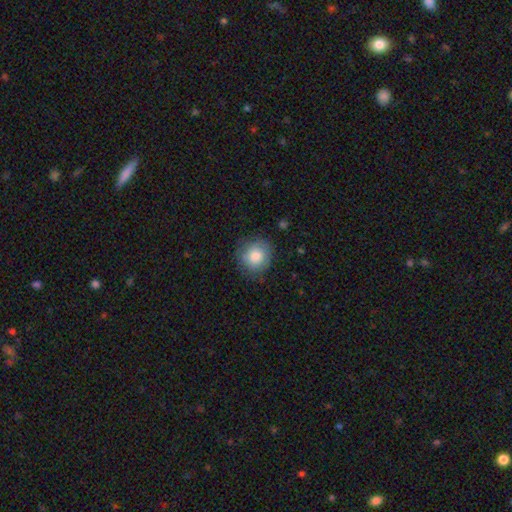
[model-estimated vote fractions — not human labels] Smooth or featured? smooth (80%)
How rounded? round (87%)
Merging? none (81%)